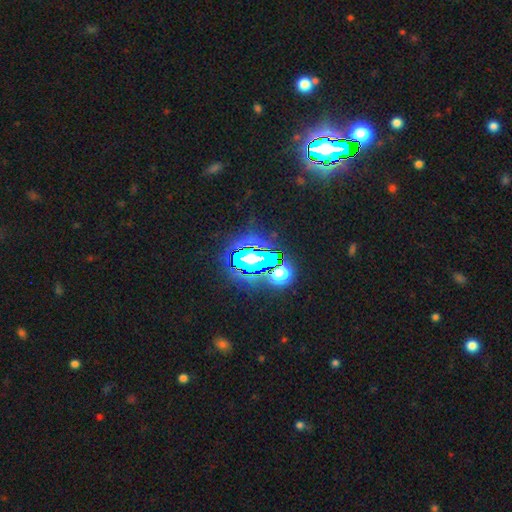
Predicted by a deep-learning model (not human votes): Smooth or featured: star or artifact — 79% (smooth — 13%)